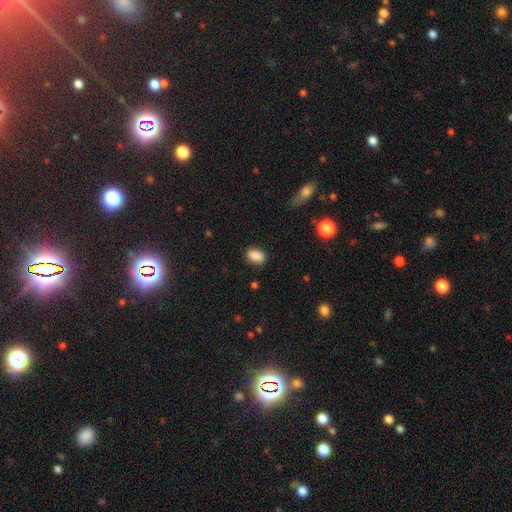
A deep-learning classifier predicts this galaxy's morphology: smooth-or-featured: smooth: 87% | star or artifact: 8% | featured or disk: 5%
  how-rounded: in between: 86% | round: 11% | cigar-shaped: 3%
  merging: none: 83% | minor disturbance: 13% | major disturbance: 3% | merger: 2%